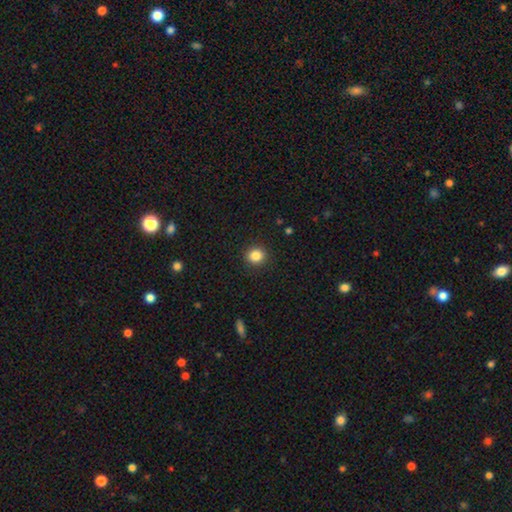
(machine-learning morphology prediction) smooth-or-featured: smooth: 85% | star or artifact: 11% | featured or disk: 5%
  how-rounded: round: 88% | in between: 11% | cigar-shaped: 1%
  merging: none: 91% | minor disturbance: 6% | major disturbance: 2% | merger: 1%